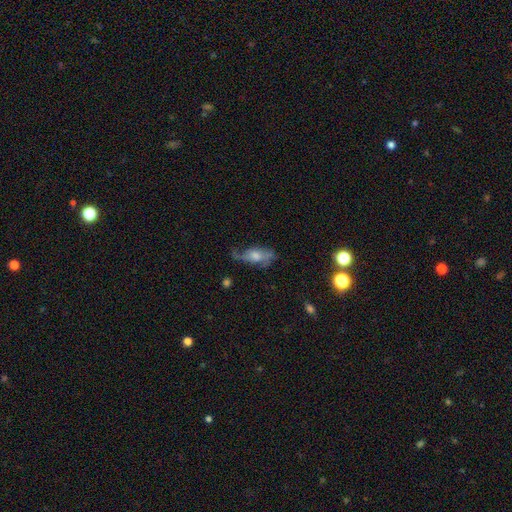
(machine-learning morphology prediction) Overall: featured or disk (50%; smooth 40%). Merging: none (43%; minor disturbance 30%).